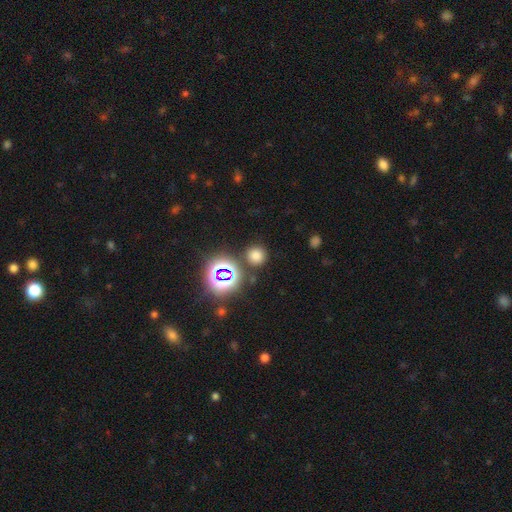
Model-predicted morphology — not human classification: Smooth or featured?
  - smooth: 70% *
  - star or artifact: 24%
  - featured or disk: 6%
How rounded?
  - round: 91% *
  - in between: 8%
  - cigar-shaped: 1%
Merging?
  - none: 84% *
  - minor disturbance: 8%
  - merger: 5%
  - major disturbance: 3%